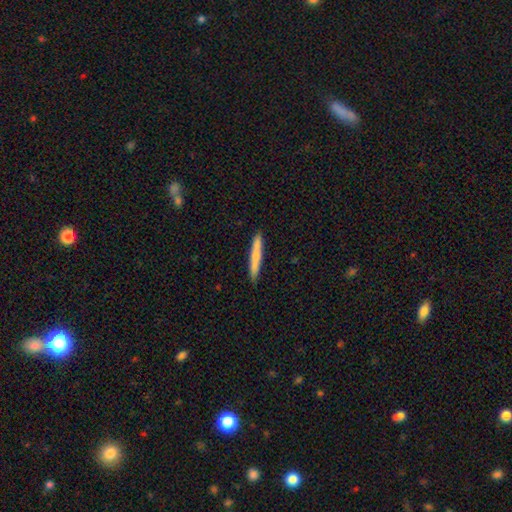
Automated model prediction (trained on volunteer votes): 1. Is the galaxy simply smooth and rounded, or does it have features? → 69% smooth, 26% featured or disk, 5% star or artifact.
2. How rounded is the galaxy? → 96% cigar-shaped, 3% in between, 1% round.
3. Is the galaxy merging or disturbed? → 91% none, 6% minor disturbance, 1% major disturbance, 1% merger.